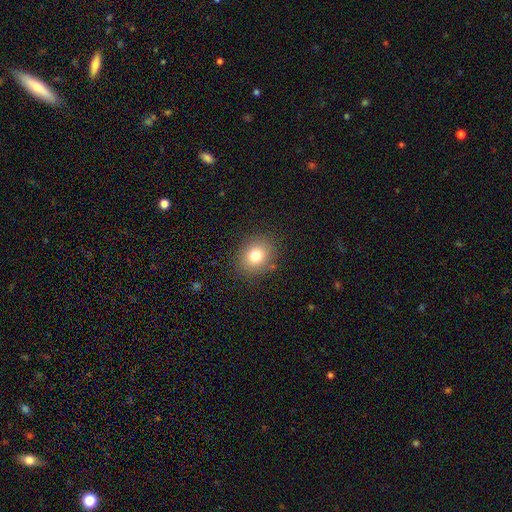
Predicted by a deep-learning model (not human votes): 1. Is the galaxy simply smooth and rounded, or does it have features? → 78% smooth, 12% star or artifact, 10% featured or disk.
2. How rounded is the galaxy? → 67% round, 32% in between, 1% cigar-shaped.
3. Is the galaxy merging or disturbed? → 85% none, 10% minor disturbance, 4% major disturbance, 1% merger.